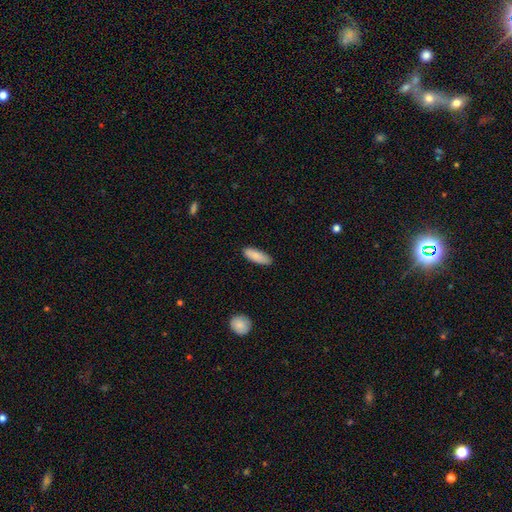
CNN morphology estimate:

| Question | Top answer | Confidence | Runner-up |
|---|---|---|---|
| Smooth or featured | smooth | 87% | featured or disk (7%) |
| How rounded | in between | 63% | cigar-shaped (36%) |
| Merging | none | 87% | minor disturbance (10%) |